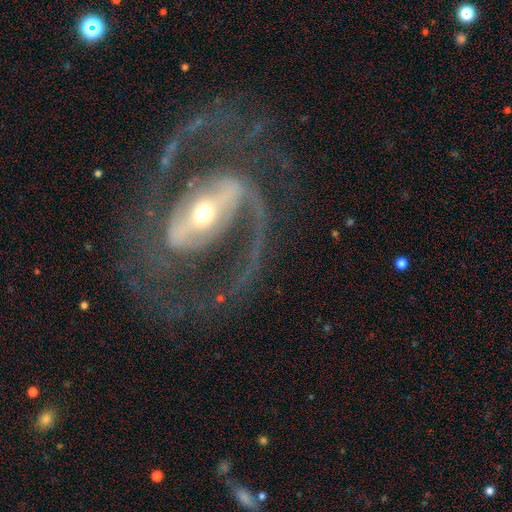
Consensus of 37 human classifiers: featured or disk 92%, smooth 5%, star or artifact 3%. Down the decision tree: edge-on disk — no (97%); bar — strong (67%); spiral arms — yes (100%); spiral arm count — 2 (94%); spiral winding — medium (79%); bulge size — moderate (61%); merging — none (56%).